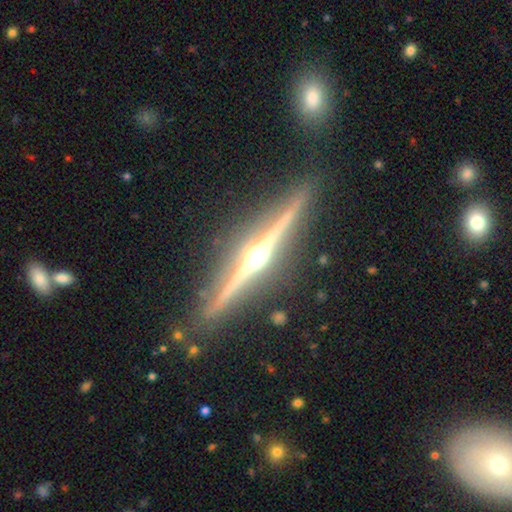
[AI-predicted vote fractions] The model was most divided on "merging": none: 89%, minor disturbance: 8%, major disturbance: 2%, merger: 1%. More confident: edge-on disk — yes (98%); edge-on bulge — rounded (95%); smooth or featured — featured or disk (88%).